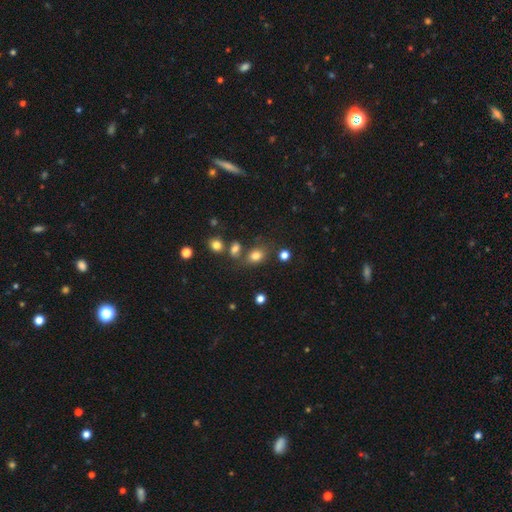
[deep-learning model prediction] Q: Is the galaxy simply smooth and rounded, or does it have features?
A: smooth — 78%.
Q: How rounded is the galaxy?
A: in between — 64%.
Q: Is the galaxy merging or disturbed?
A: none — 66%.